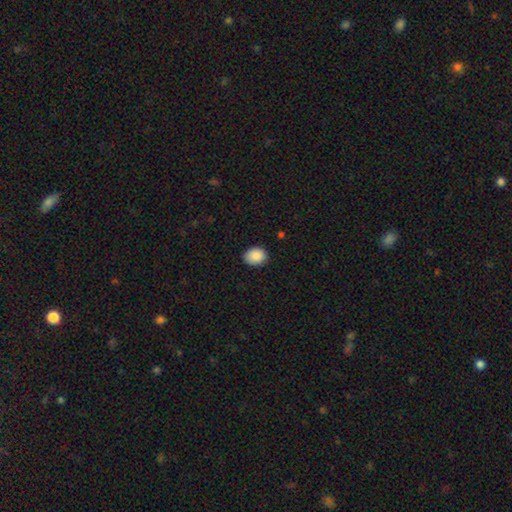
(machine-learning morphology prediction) This is clearly a smooth galaxy (88%). How rounded: possibly in between (56%). Merging: clearly none (86%).